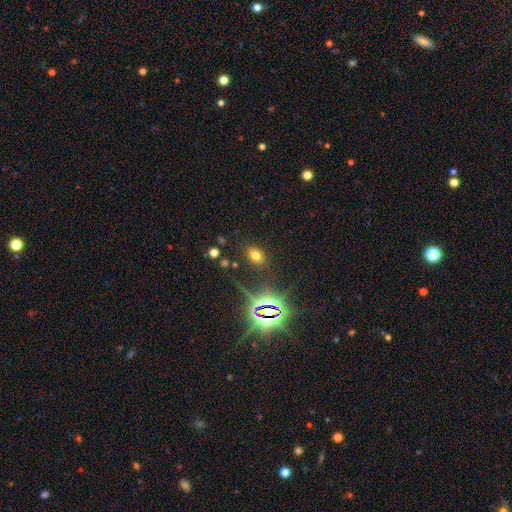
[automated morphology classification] Smooth or featured: smooth — 65% (star or artifact — 27%)
How rounded: in between — 79% (round — 20%)
Merging: none — 85% (minor disturbance — 9%)